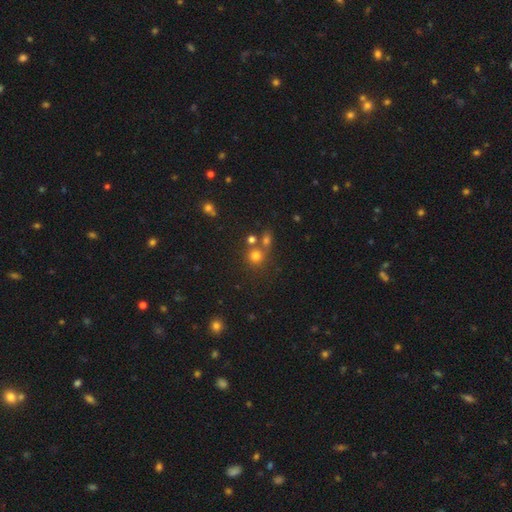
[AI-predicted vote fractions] smooth 73%, star or artifact 18%, featured or disk 9%. Down the decision tree: how rounded — round (89%); merging — none (61%).